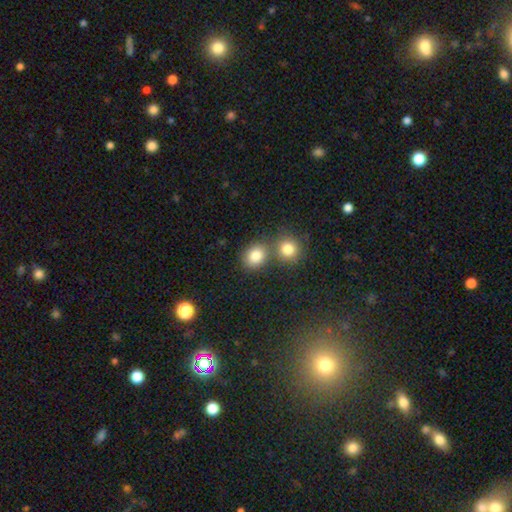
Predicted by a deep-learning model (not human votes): smooth 82%, star or artifact 11%, featured or disk 7%. Down the decision tree: how rounded — round (64%); merging — none (56%).